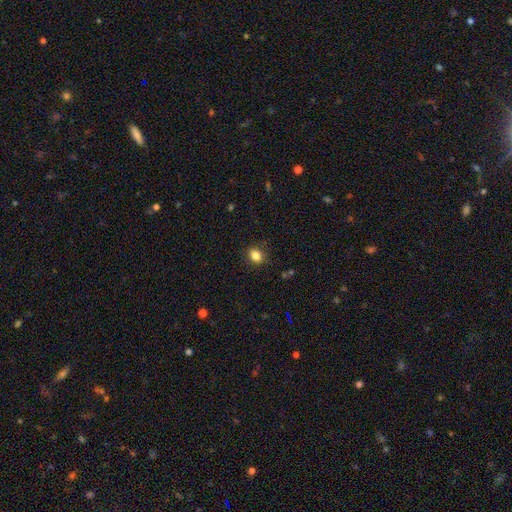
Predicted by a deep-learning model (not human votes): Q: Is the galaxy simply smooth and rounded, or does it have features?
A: smooth — 84%.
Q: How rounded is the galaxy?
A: round — 59%.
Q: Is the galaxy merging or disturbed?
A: none — 87%.